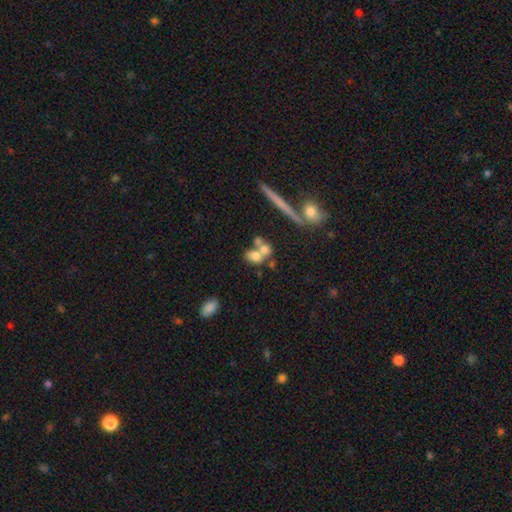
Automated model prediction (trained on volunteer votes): Morphology: type=smooth (67%); roundness=in between (51%); merging=merger (50%).